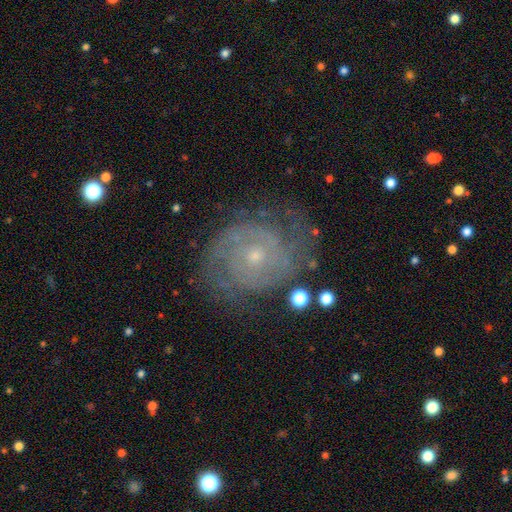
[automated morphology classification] Q: Smooth or featured?
A: featured or disk (83%); runner-up: star or artifact (9%)
Q: Edge-on disk?
A: no (97%); runner-up: yes (3%)
Q: Bar?
A: no (75%); runner-up: weak (21%)
Q: Spiral arms?
A: yes (95%); runner-up: no (5%)
Q: Spiral winding?
A: tight (71%); runner-up: medium (24%)
Q: Spiral arm count?
A: 2 (41%); runner-up: can't tell (29%)
Q: Bulge size?
A: small (70%); runner-up: moderate (27%)
Q: Merging?
A: none (74%); runner-up: minor disturbance (17%)